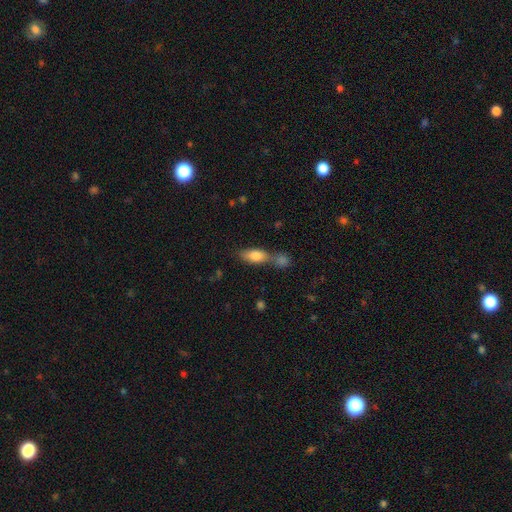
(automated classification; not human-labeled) Smooth or featured?
  - smooth: 77% *
  - featured or disk: 15%
  - star or artifact: 8%
How rounded?
  - in between: 75% *
  - cigar-shaped: 21%
  - round: 4%
Merging?
  - merger: 43% *
  - none: 41%
  - minor disturbance: 11%
  - major disturbance: 5%